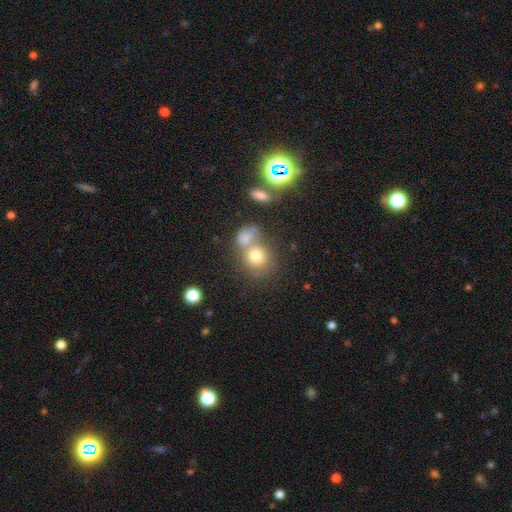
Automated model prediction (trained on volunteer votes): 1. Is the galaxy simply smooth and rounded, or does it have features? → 73% smooth, 15% star or artifact, 12% featured or disk.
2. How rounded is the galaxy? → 78% round, 21% in between, 1% cigar-shaped.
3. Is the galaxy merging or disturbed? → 45% none, 39% merger, 10% minor disturbance, 6% major disturbance.